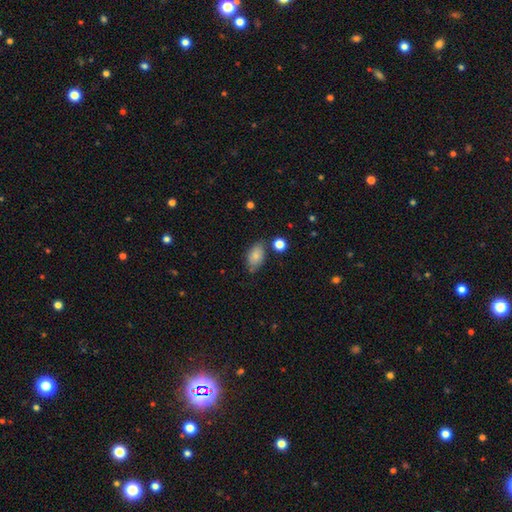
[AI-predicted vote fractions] Smooth or featured?
  - smooth: 80% *
  - featured or disk: 12%
  - star or artifact: 8%
How rounded?
  - in between: 90% *
  - round: 7%
  - cigar-shaped: 2%
Merging?
  - none: 69% *
  - minor disturbance: 20%
  - merger: 6%
  - major disturbance: 5%